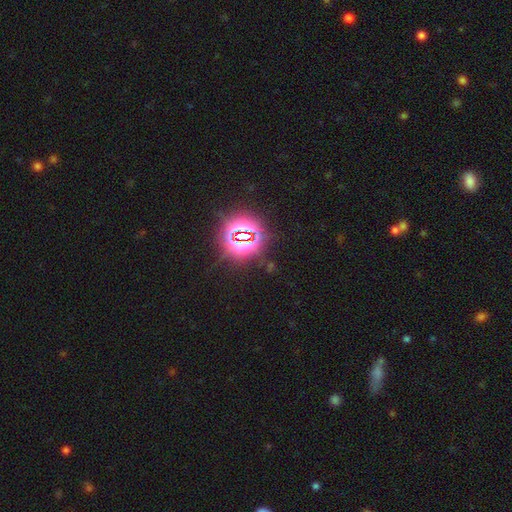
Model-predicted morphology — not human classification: Overall: star or artifact (78%).